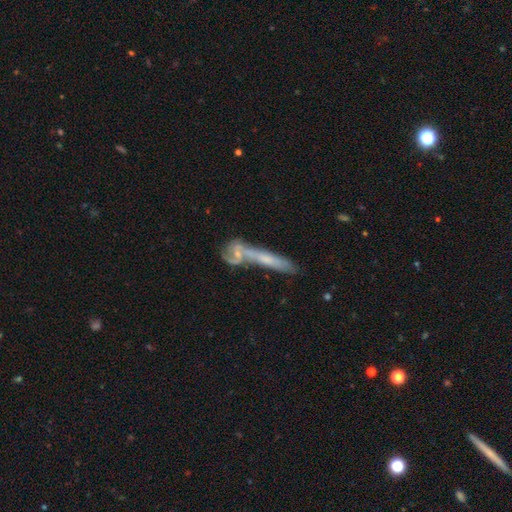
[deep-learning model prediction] Morphology: type=featured or disk (49%); merging=merger (41%).